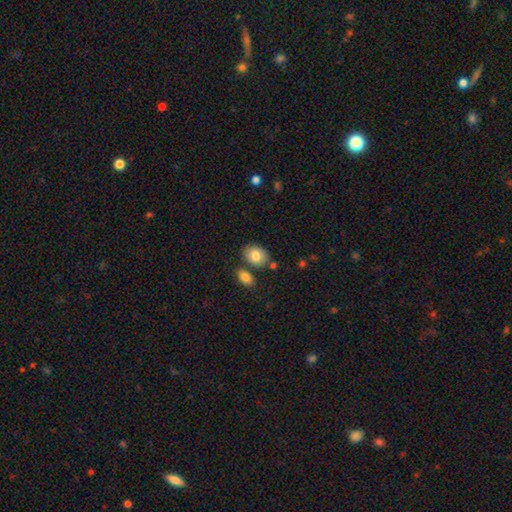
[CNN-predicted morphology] Smooth or featured?
  - smooth: 83% *
  - featured or disk: 10%
  - star or artifact: 7%
How rounded?
  - in between: 76% *
  - round: 23%
  - cigar-shaped: 1%
Merging?
  - none: 71% *
  - merger: 14%
  - minor disturbance: 12%
  - major disturbance: 3%